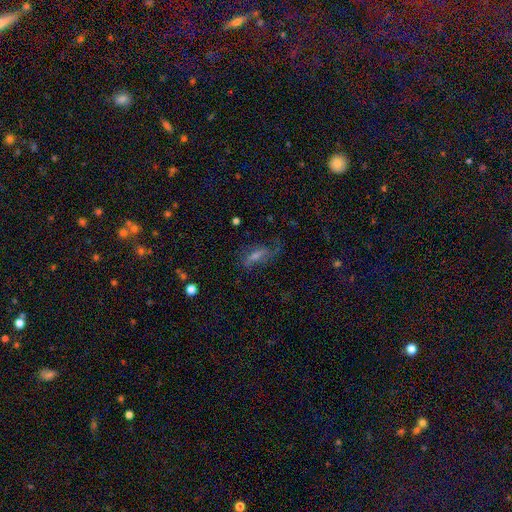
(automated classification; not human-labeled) Smooth or featured?
  - featured or disk: 54% *
  - smooth: 27%
  - star or artifact: 19%
Edge-on disk?
  - no: 83% *
  - yes: 17%
Merging?
  - none: 59% *
  - minor disturbance: 20%
  - major disturbance: 19%
  - merger: 2%